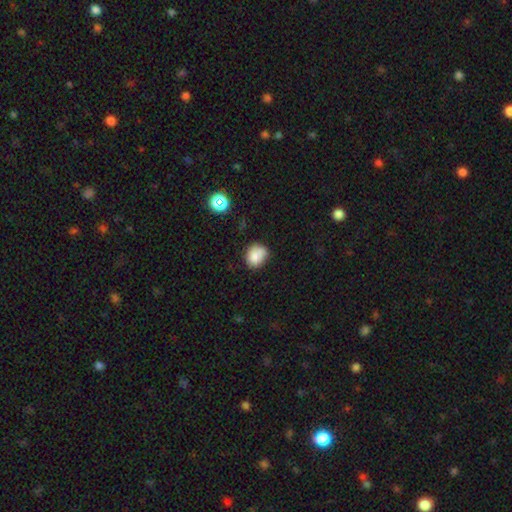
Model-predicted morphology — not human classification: smooth 82%, star or artifact 10%, featured or disk 8%. Down the decision tree: how rounded — round (59%); merging — none (60%).